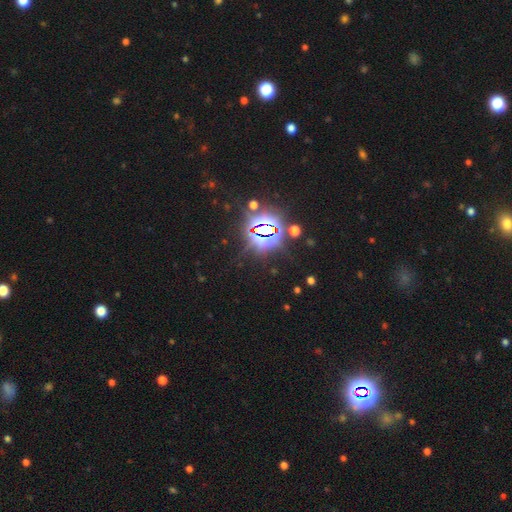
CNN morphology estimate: This is clearly a star or artifact rather than a galaxy (86%).